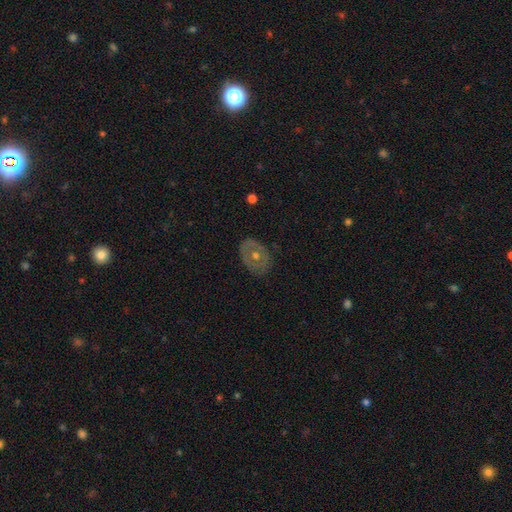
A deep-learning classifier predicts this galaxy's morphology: smooth-or-featured: featured or disk: 54% | smooth: 37% | star or artifact: 9%
  disk-edge-on: no: 93% | yes: 7%
  merging: none: 80% | minor disturbance: 15% | major disturbance: 4% | merger: 1%